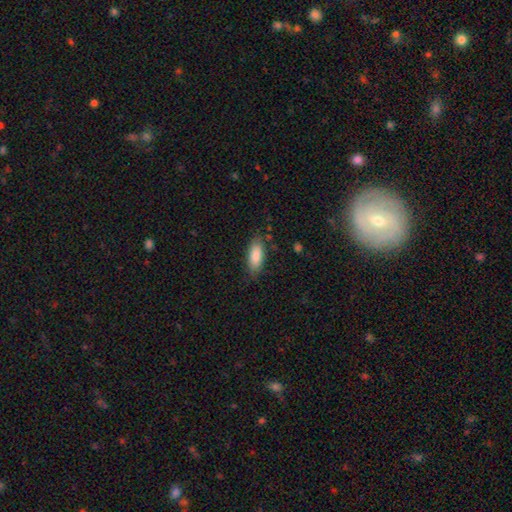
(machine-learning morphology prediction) Q: Smooth or featured?
A: smooth (87%); runner-up: featured or disk (7%)
Q: How rounded?
A: in between (81%); runner-up: cigar-shaped (17%)
Q: Merging?
A: none (78%); runner-up: minor disturbance (17%)